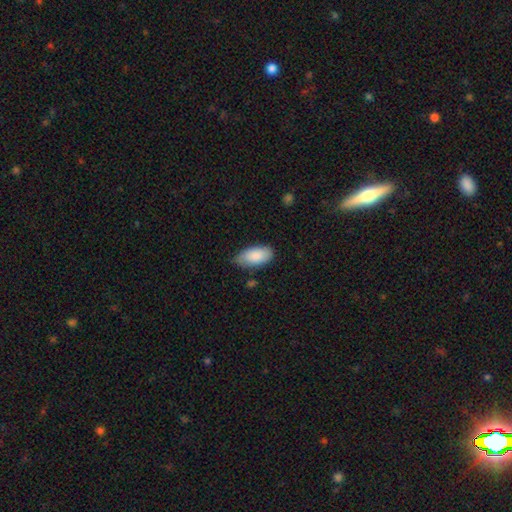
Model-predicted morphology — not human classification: Smooth or featured: smooth — 84% (featured or disk — 10%)
How rounded: in between — 93% (cigar-shaped — 4%)
Merging: none — 67% (minor disturbance — 28%)